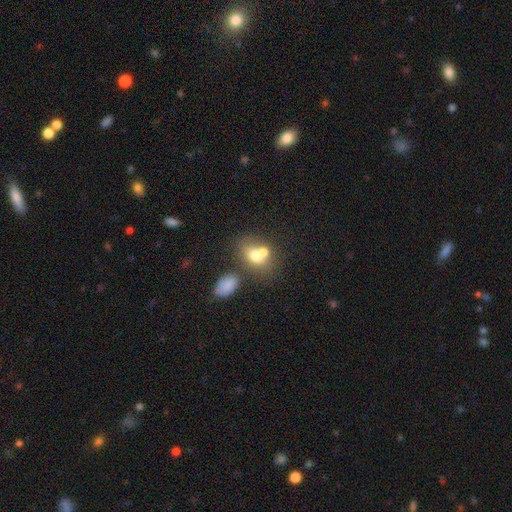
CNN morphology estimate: The model was most divided on "how rounded": in between: 57%, round: 42%, cigar-shaped: 1%. More confident: smooth or featured — smooth (66%); merging — merger (51%).